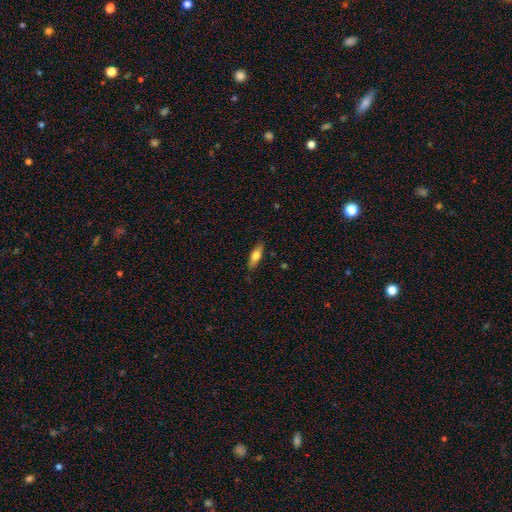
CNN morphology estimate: smooth 65%, featured or disk 28%, star or artifact 6%. Down the decision tree: how rounded — cigar-shaped (50%); merging — none (84%).